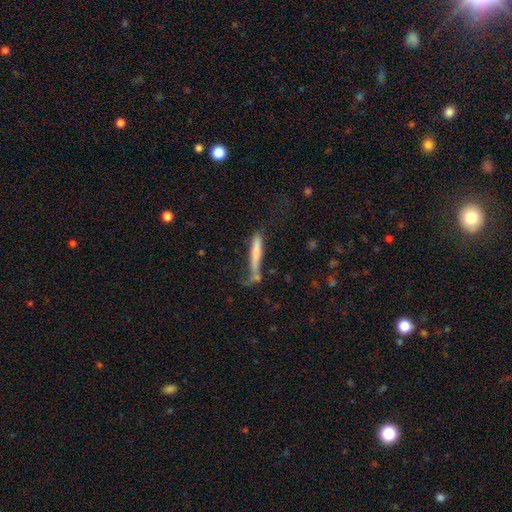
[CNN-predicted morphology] This is likely a smooth galaxy (65%). How rounded: clearly cigar-shaped (93%). Merging: marginally none (44%).